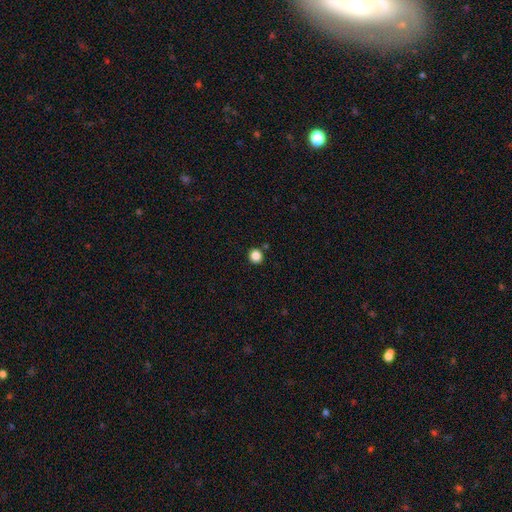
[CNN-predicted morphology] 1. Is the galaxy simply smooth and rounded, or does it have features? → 86% smooth, 11% star or artifact, 3% featured or disk.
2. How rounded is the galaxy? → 92% round, 7% in between, 1% cigar-shaped.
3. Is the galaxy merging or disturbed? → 89% none, 6% minor disturbance, 4% merger, 2% major disturbance.